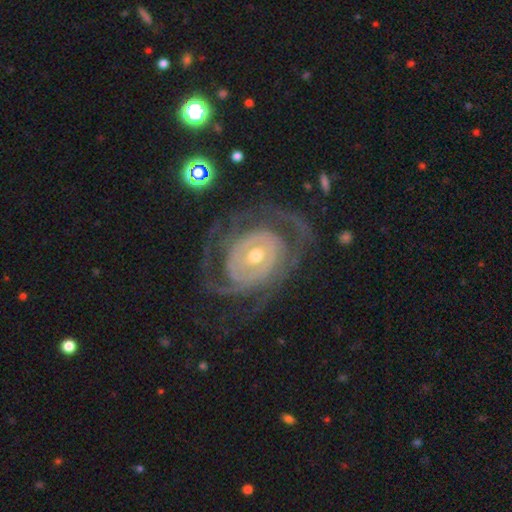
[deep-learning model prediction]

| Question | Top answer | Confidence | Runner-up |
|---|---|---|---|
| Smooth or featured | featured or disk | 88% | smooth (7%) |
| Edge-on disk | no | 97% | yes (3%) |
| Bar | no | 62% | weak (26%) |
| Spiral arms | yes | 90% | no (10%) |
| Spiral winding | tight | 65% | medium (26%) |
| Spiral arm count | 2 | 34% | can't tell (28%) |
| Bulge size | moderate | 56% | small (38%) |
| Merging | none | 67% | major disturbance (16%) |